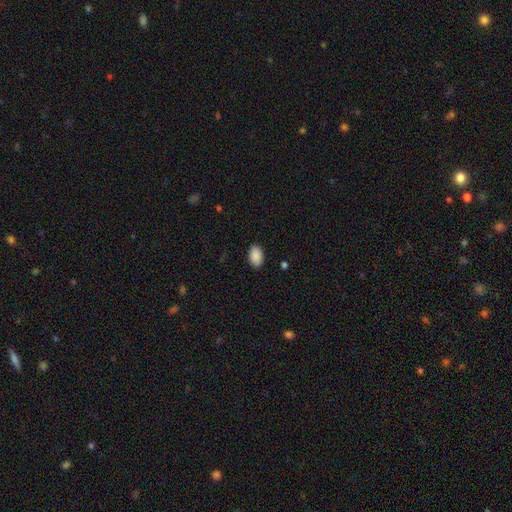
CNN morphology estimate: A smooth galaxy with no disk features (90%) that is in between round and cigar-shaped (91%). Merging: none (89%).